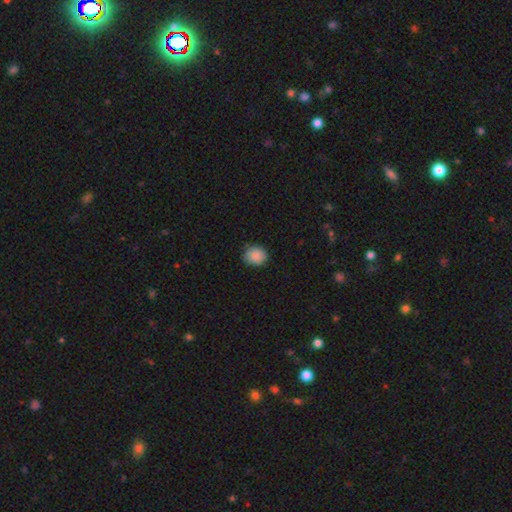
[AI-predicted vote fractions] The model was most divided on "how rounded": round: 72%, in between: 27%, cigar-shaped: 1%. More confident: smooth or featured — smooth (88%); merging — none (78%).